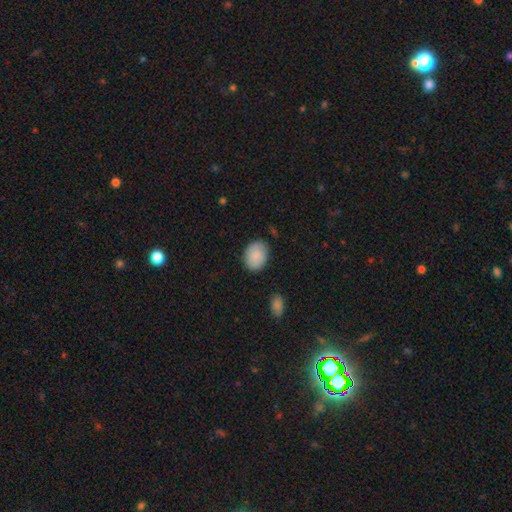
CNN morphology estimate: A smooth galaxy with no disk features (85%) that is in between round and cigar-shaped (68%). Merging: none (82%).